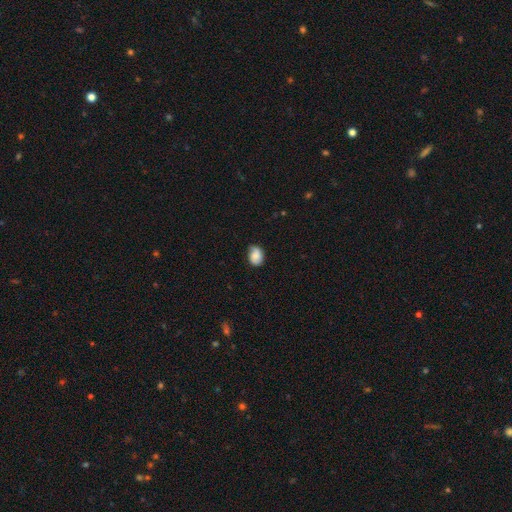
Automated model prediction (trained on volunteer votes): Smooth or featured? smooth (67%)
How rounded? in between (68%)
Merging? none (71%)